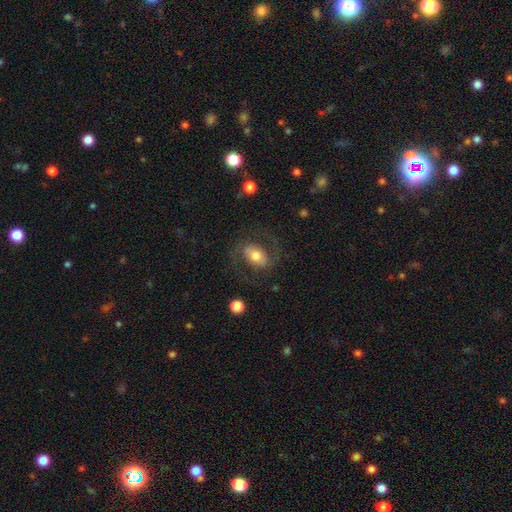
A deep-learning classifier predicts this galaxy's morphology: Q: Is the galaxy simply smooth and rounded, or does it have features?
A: featured or disk — 54%.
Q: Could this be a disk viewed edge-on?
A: no — 96%.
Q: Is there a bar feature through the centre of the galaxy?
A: no — 39%.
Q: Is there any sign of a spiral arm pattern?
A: yes — 77%.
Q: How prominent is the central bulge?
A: moderate — 63%.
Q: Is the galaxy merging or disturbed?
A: none — 68%.